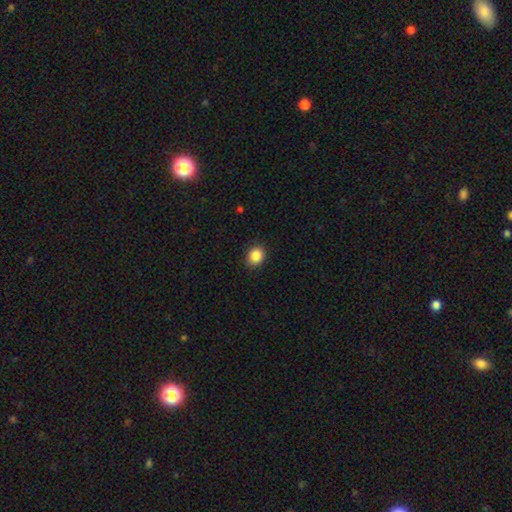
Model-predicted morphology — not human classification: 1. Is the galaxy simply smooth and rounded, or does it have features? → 87% smooth, 9% star or artifact, 4% featured or disk.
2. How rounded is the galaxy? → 59% round, 40% in between, 1% cigar-shaped.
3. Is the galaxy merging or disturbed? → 88% none, 9% minor disturbance, 2% major disturbance, 1% merger.